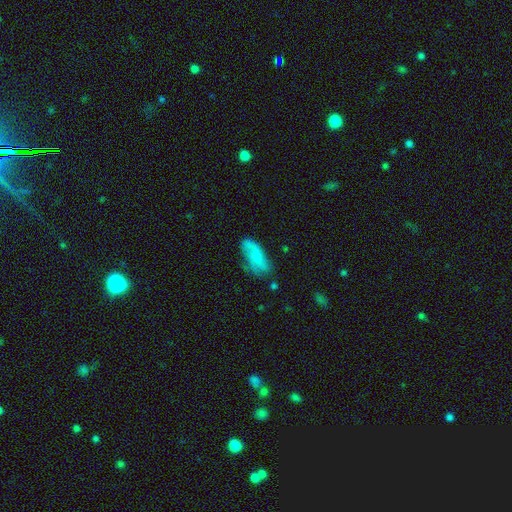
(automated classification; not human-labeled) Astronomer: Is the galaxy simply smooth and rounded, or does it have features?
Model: smooth — 56% (runner-up: featured or disk, 36%).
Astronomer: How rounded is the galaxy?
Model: in between — 82%.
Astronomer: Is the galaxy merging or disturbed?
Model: none — 50% (runner-up: minor disturbance, 31%).